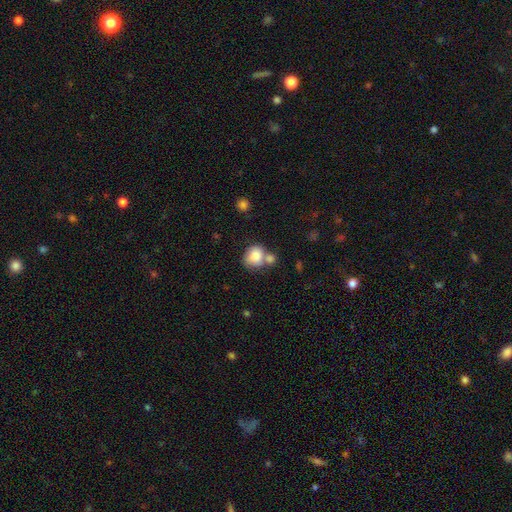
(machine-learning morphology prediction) Overall: smooth (82%). How rounded: round (65%; in between 35%). Merging: none (41%; merger 38%).